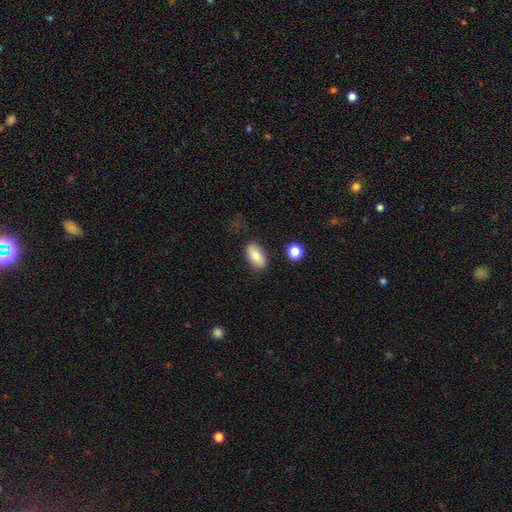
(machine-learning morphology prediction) Q: Smooth or featured?
A: smooth (80%); runner-up: featured or disk (12%)
Q: How rounded?
A: in between (91%); runner-up: round (5%)
Q: Merging?
A: none (85%); runner-up: minor disturbance (10%)